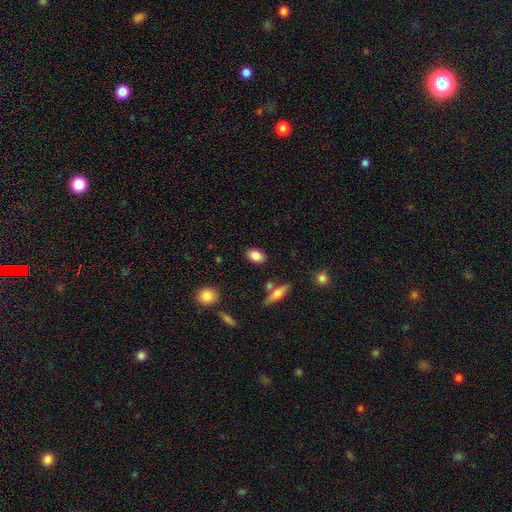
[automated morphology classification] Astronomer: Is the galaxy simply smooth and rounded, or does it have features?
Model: smooth — 84%.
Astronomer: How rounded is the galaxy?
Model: in between — 85%.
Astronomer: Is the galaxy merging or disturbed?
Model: none — 84%.